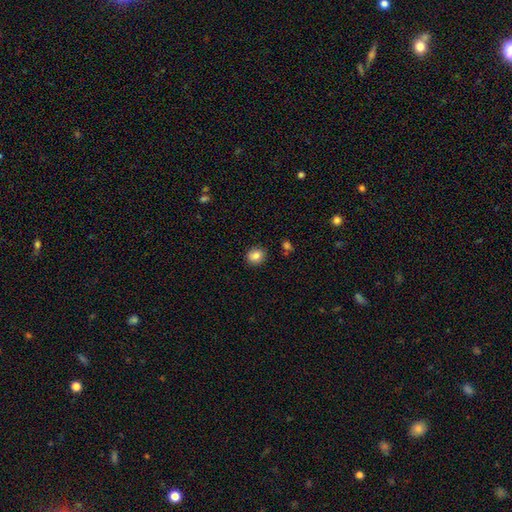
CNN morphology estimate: Q: Smooth or featured?
A: smooth (84%); runner-up: star or artifact (10%)
Q: How rounded?
A: round (78%); runner-up: in between (21%)
Q: Merging?
A: none (89%); runner-up: minor disturbance (7%)